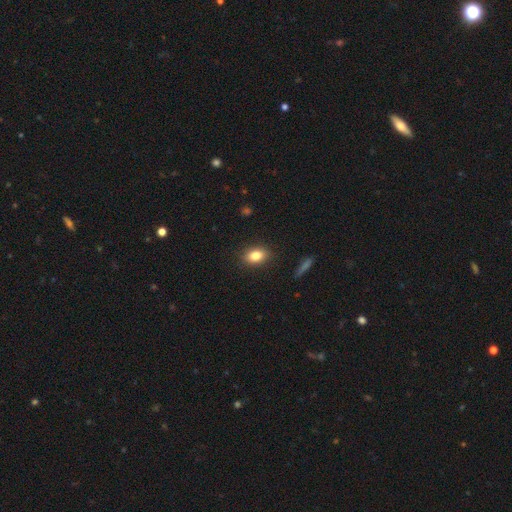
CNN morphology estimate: smooth-or-featured: smooth: 82% | star or artifact: 9% | featured or disk: 8%
  how-rounded: in between: 76% | round: 22% | cigar-shaped: 2%
  merging: none: 87% | minor disturbance: 9% | major disturbance: 2% | merger: 1%